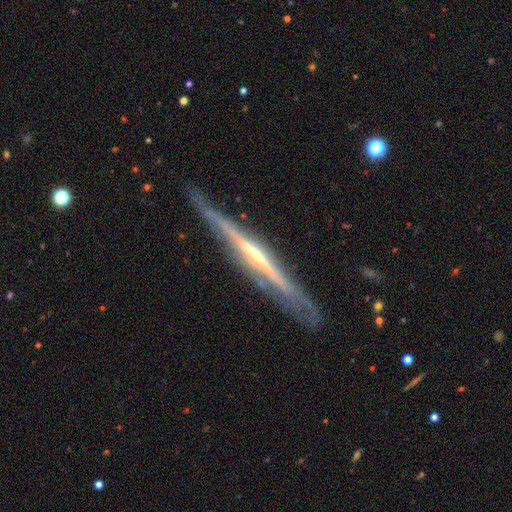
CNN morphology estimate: Smooth or featured? featured or disk (81%)
Edge-on disk? yes (95%)
Edge-on bulge? none (58%)
Merging? none (80%)